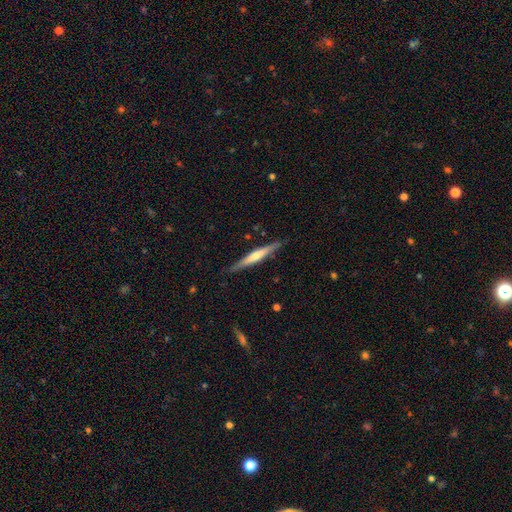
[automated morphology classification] smooth-or-featured: featured or disk: 57% | smooth: 38% | star or artifact: 5%
  disk-edge-on: yes: 96% | no: 4%
    edge-on-bulge: rounded: 57% | none: 33% | boxy: 10%
  merging: none: 87% | minor disturbance: 10% | major disturbance: 2% | merger: 1%